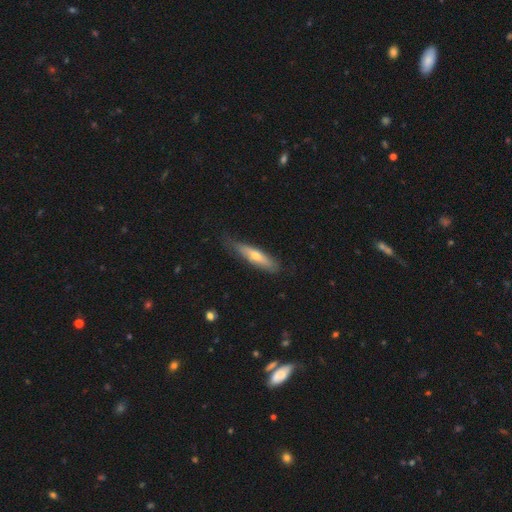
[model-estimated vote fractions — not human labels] Morphology: type=smooth (54%); roundness=cigar-shaped (77%); merging=none (72%).